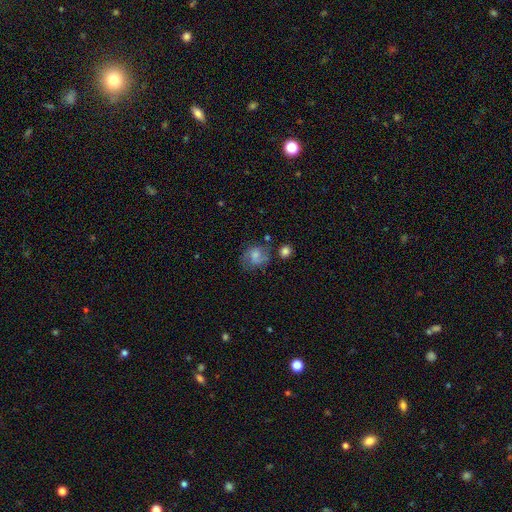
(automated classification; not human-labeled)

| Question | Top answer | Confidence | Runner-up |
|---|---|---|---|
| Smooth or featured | smooth | 63% | featured or disk (27%) |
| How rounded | round | 64% | in between (35%) |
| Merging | none | 53% | minor disturbance (25%) |